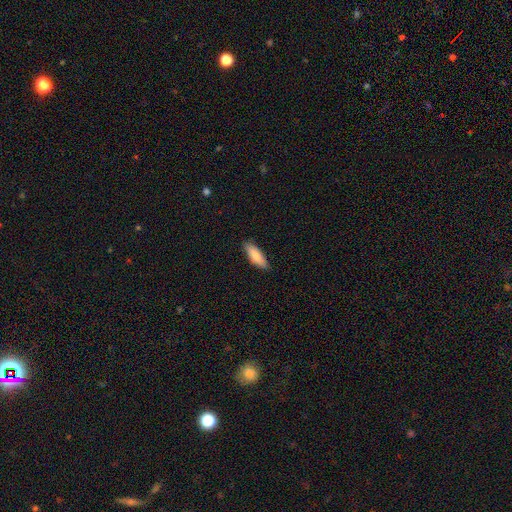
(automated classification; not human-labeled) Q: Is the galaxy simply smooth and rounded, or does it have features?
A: smooth — 78%.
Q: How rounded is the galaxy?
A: in between — 59%.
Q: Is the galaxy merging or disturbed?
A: none — 86%.